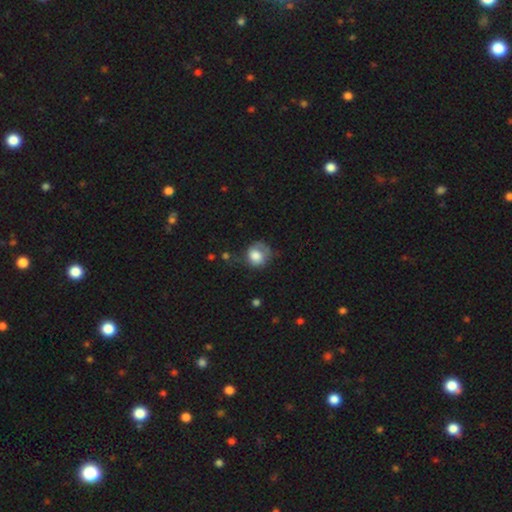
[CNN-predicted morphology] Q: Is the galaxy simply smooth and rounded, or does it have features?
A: smooth — 73%.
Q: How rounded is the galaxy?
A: round — 71%.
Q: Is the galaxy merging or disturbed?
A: none — 42%.